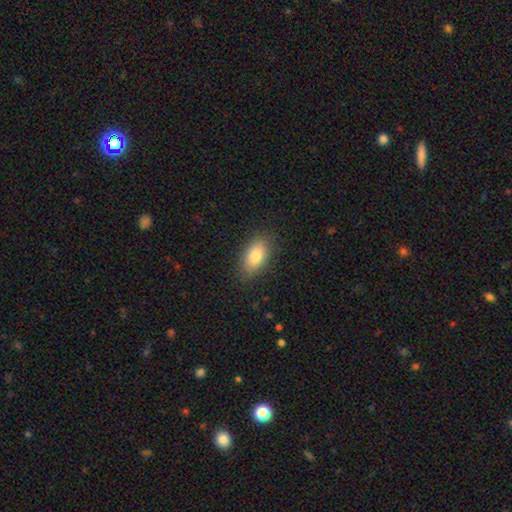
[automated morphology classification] Smooth or featured? smooth (81%)
How rounded? in between (90%)
Merging? none (85%)